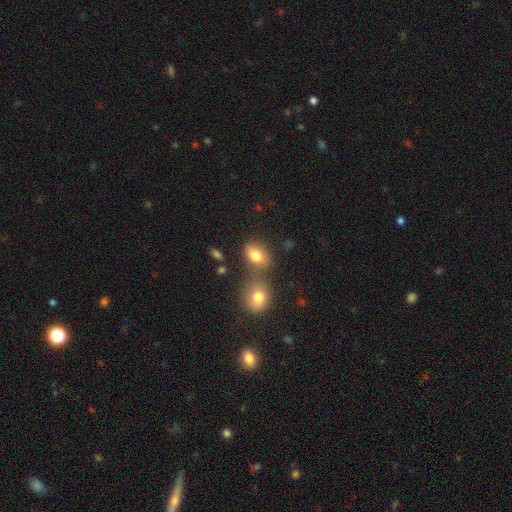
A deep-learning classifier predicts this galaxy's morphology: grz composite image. It shows a smooth galaxy with no disk features (80%) that is in between round and cigar-shaped (68%). Merging: none (51%).